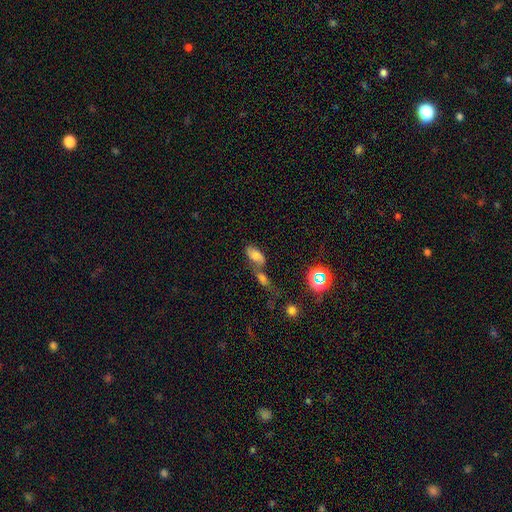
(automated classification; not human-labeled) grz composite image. It shows a smooth galaxy with no disk features (60%) that is in between round and cigar-shaped (88%). Merging: merger (46%).